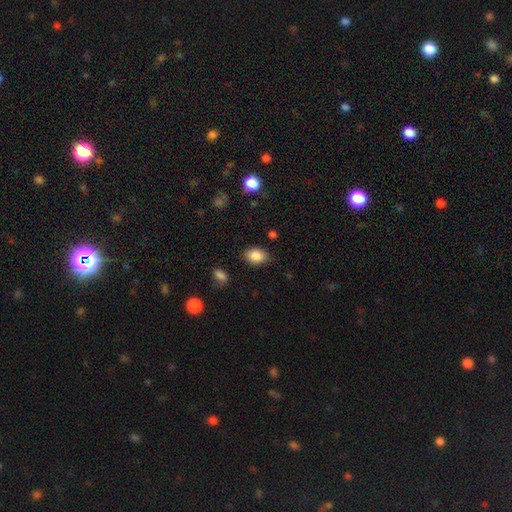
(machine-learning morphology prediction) type=smooth (86%); roundness=in between (78%); merging=none (82%).